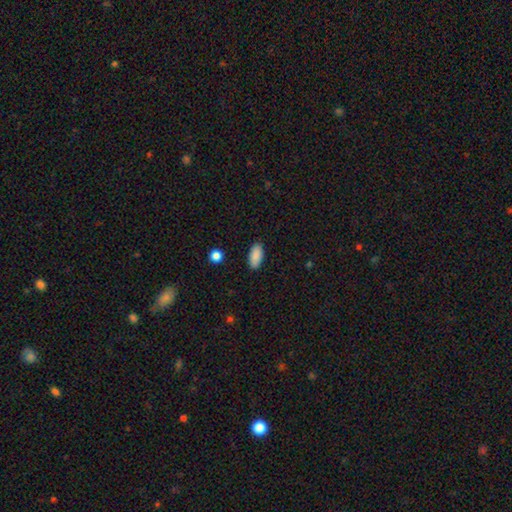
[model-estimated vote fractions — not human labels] A smooth galaxy with no disk features (89%) that is in between round and cigar-shaped (90%). Merging: none (88%).